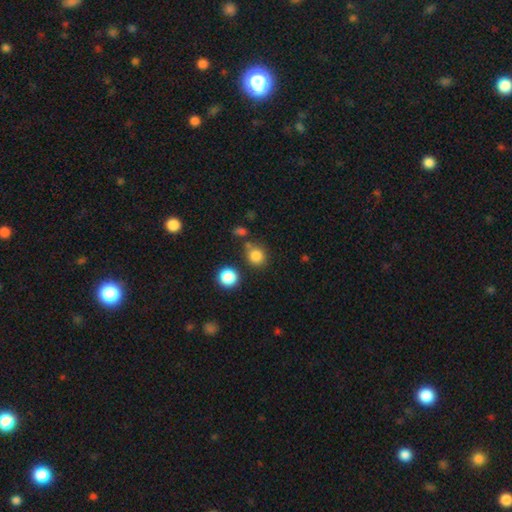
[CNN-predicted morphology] Overall: smooth (83%). How rounded: round (84%). Merging: none (75%).